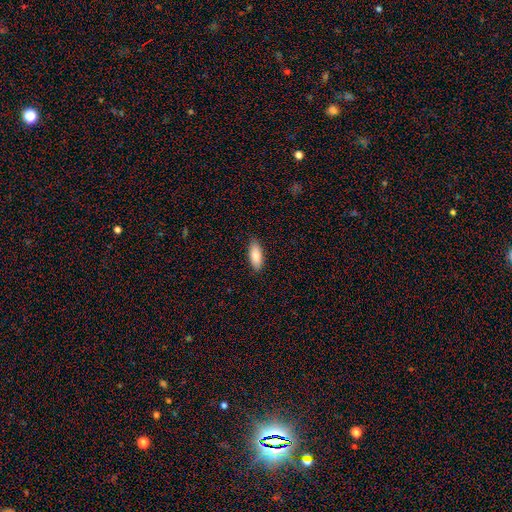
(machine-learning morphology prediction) Smooth or featured: smooth — 85% (featured or disk — 9%)
How rounded: in between — 76% (cigar-shaped — 22%)
Merging: none — 87% (minor disturbance — 10%)